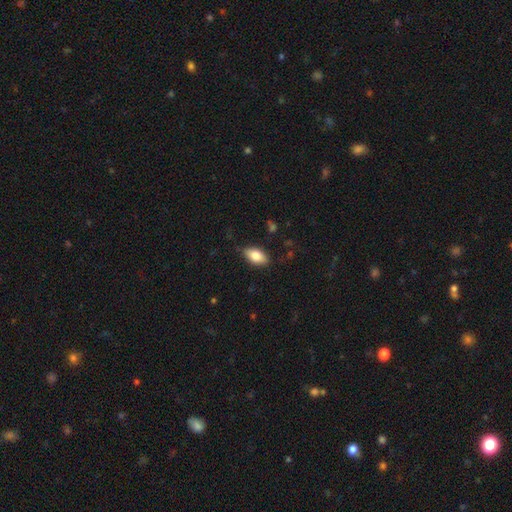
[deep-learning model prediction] smooth 81%, featured or disk 12%, star or artifact 7%. Down the decision tree: how rounded — in between (91%); merging — none (81%).